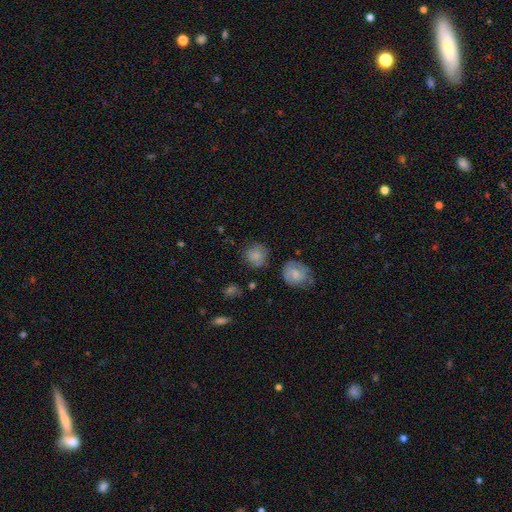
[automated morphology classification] type=smooth (78%); roundness=round (86%); merging=none (74%).